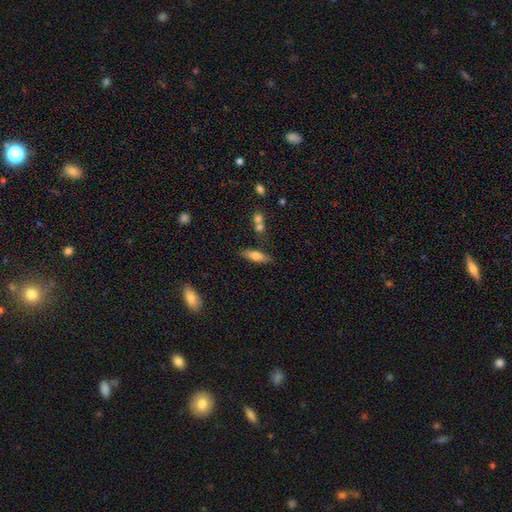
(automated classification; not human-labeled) A smooth galaxy with no disk features (65%) that is cigar-shaped (50%). Merging: none (75%).